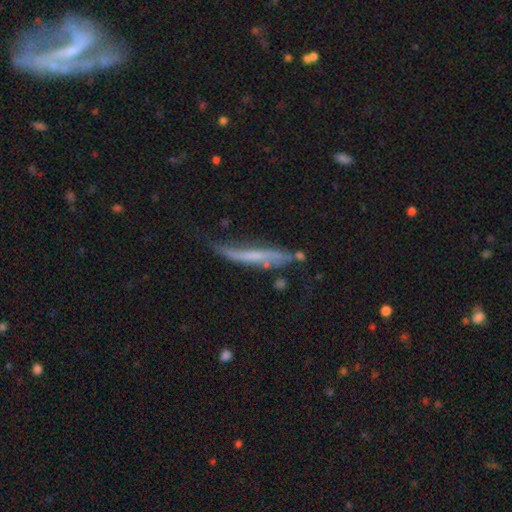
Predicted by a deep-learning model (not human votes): Morphology: type=featured or disk (56%); edge-on=yes (67%); merging=none (42%).